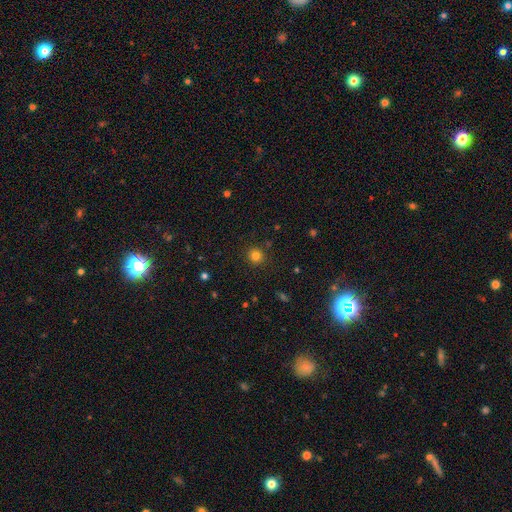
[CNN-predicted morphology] The model was most divided on "smooth or featured": smooth: 80%, star or artifact: 15%, featured or disk: 5%. More confident: how rounded — round (92%); merging — none (90%).